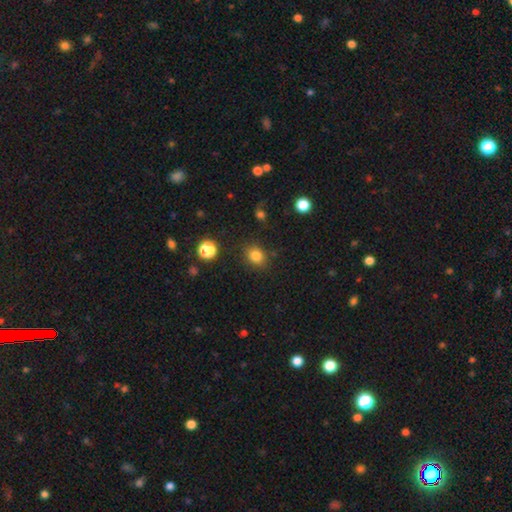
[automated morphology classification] Smooth or featured?
  - smooth: 83% *
  - star or artifact: 12%
  - featured or disk: 5%
How rounded?
  - round: 68% *
  - in between: 31%
  - cigar-shaped: 1%
Merging?
  - none: 85% *
  - minor disturbance: 10%
  - major disturbance: 3%
  - merger: 2%